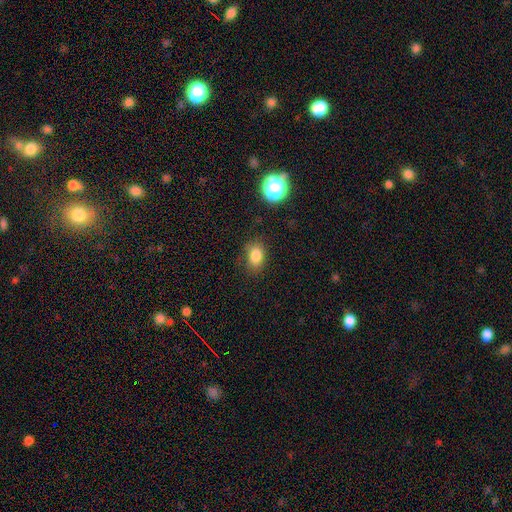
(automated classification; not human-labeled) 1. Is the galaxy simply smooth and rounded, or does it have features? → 82% smooth, 11% star or artifact, 7% featured or disk.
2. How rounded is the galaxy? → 74% in between, 25% round, 1% cigar-shaped.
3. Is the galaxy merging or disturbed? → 78% none, 16% minor disturbance, 4% major disturbance, 2% merger.